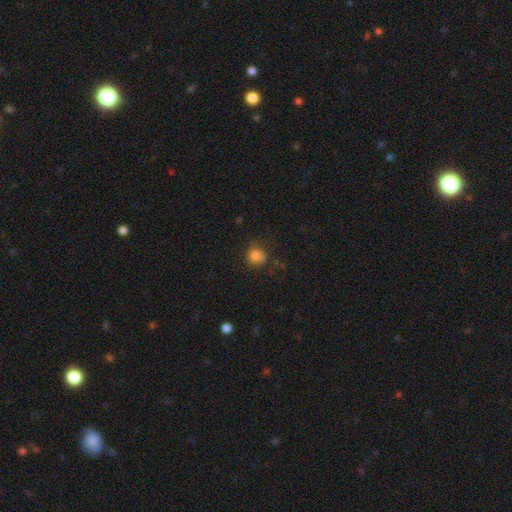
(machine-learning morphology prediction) smooth-or-featured: smooth: 81% | star or artifact: 12% | featured or disk: 7%
  how-rounded: round: 82% | in between: 17% | cigar-shaped: 1%
  merging: none: 69% | minor disturbance: 21% | major disturbance: 6% | merger: 3%